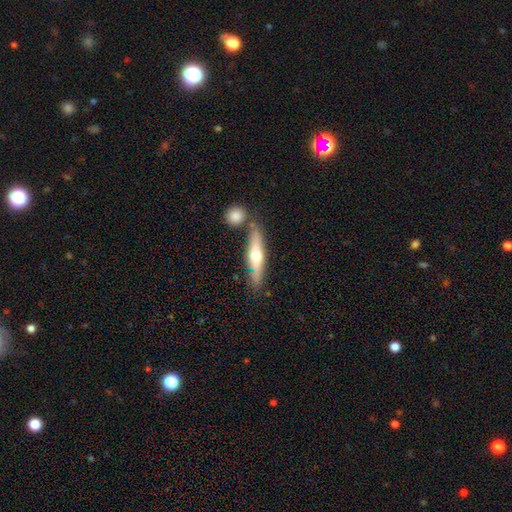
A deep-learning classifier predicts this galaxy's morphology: smooth-or-featured: featured or disk: 51% | smooth: 44% | star or artifact: 6%
  disk-edge-on: yes: 91% | no: 9%
  merging: none: 73% | minor disturbance: 12% | merger: 12% | major disturbance: 3%